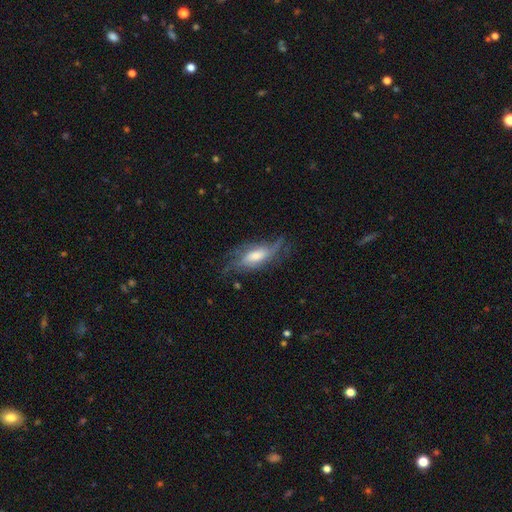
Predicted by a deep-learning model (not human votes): This is likely a featured or disk galaxy (69%). It is likely not viewed edge-on (78%). Bar: possibly no (56%). Spiral arm pattern: clearly yes (87%). Central bulge: possibly moderate (50%). Merging: possibly none (59%).